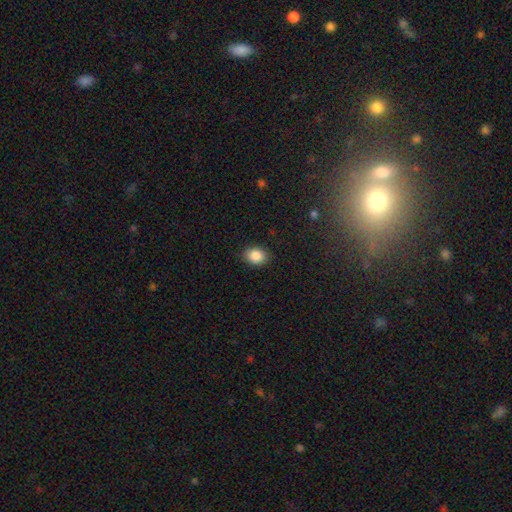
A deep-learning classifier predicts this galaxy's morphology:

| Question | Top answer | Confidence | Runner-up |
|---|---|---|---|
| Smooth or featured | smooth | 87% | star or artifact (9%) |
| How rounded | in between | 60% | round (39%) |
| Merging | none | 87% | minor disturbance (10%) |